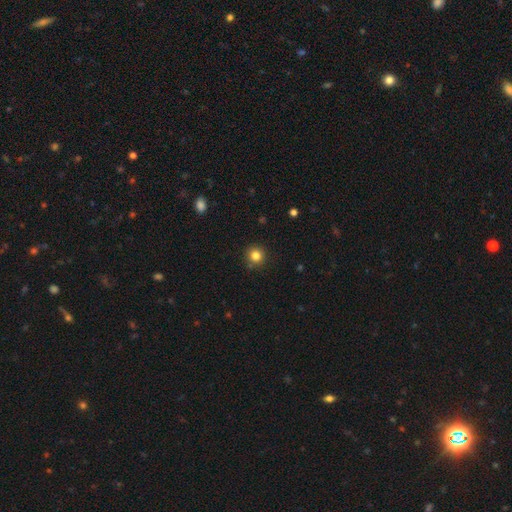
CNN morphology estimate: type=smooth (83%); roundness=round (94%); merging=none (90%).